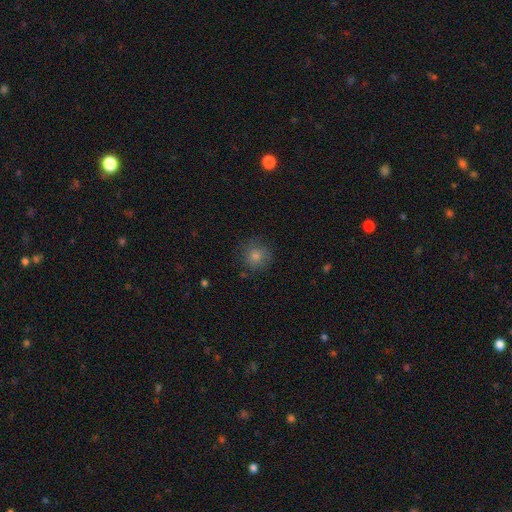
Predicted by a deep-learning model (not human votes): Morphology: type=smooth (81%); roundness=round (91%); merging=none (80%).